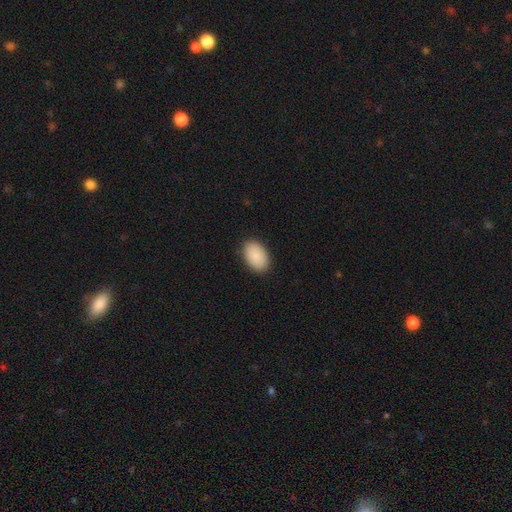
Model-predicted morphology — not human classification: Overall: smooth (90%). How rounded: in between (92%). Merging: none (89%).